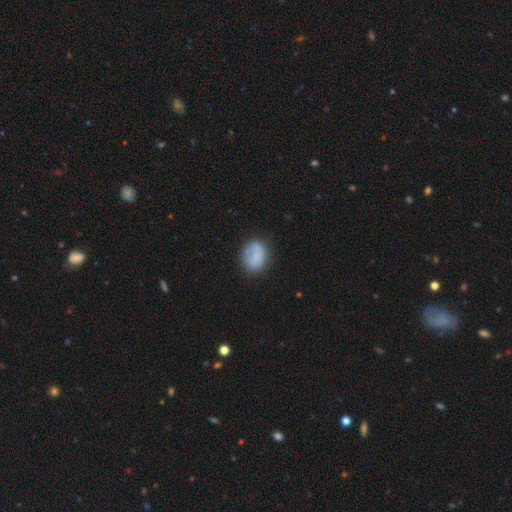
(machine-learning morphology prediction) This is likely a smooth galaxy (79%). How rounded: possibly round (53%). Merging: likely none (68%).